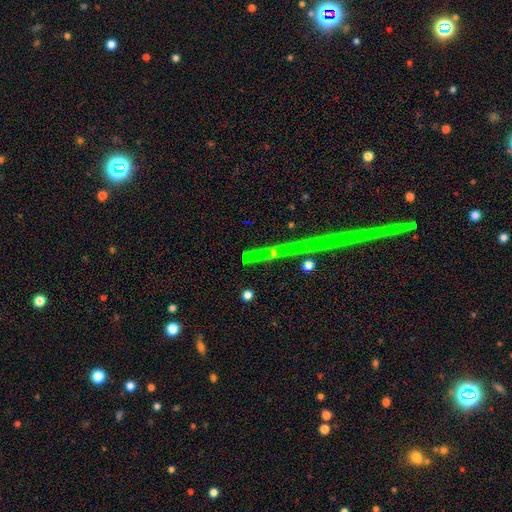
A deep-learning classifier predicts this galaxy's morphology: Smooth or featured? Predicted: featured or disk (p=0.43). Merging? Predicted: none (p=0.73).